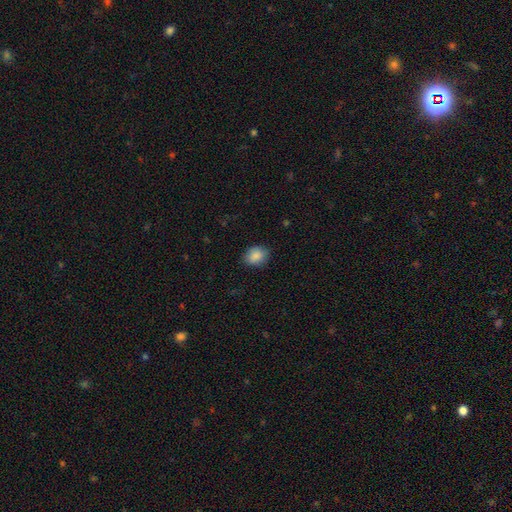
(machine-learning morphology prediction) Overall: smooth (87%). How rounded: in between (53%; round 46%). Merging: none (84%).